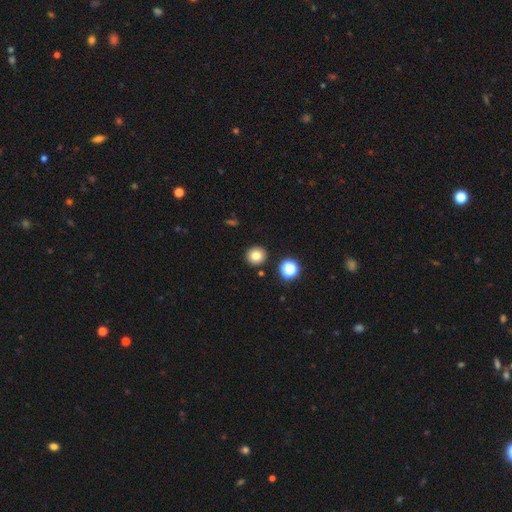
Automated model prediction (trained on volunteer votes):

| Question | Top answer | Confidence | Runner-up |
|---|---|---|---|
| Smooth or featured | smooth | 79% | star or artifact (13%) |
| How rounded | round | 93% | in between (6%) |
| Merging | none | 90% | minor disturbance (5%) |